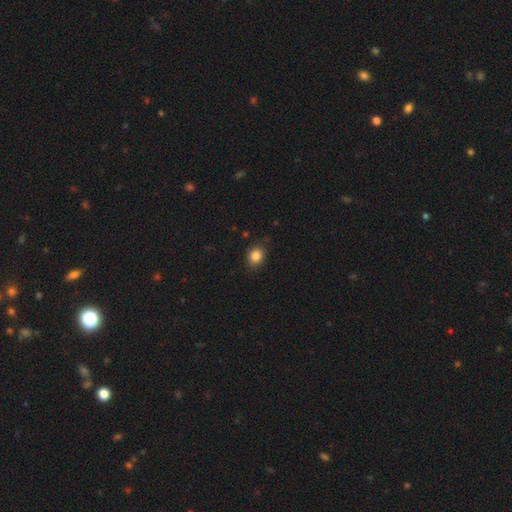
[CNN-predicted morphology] smooth-or-featured: smooth: 85% | star or artifact: 10% | featured or disk: 5%
  how-rounded: round: 60% | in between: 39% | cigar-shaped: 1%
  merging: none: 85% | minor disturbance: 12% | major disturbance: 3% | merger: 1%